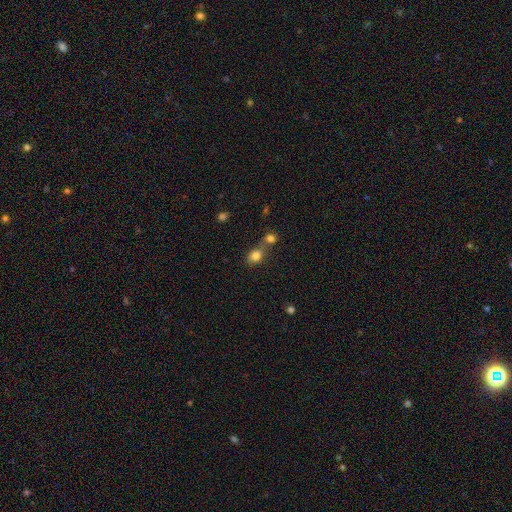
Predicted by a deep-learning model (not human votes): Smooth or featured: smooth — 82% (star or artifact — 11%)
How rounded: in between — 52% (round — 46%)
Merging: merger — 47% (none — 39%)